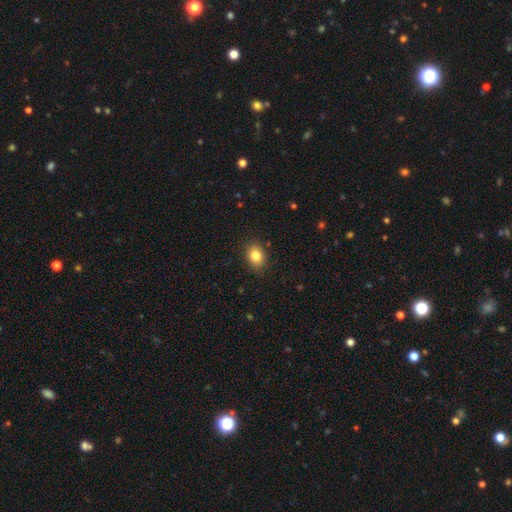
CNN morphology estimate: A smooth galaxy with no disk features (83%) that is in between round and cigar-shaped (58%).

Vote fractions:
- Smooth or featured? smooth: 83% / star or artifact: 10% / featured or disk: 7%
- How rounded? in between: 58% / round: 41% / cigar-shaped: 1%
- Merging? none: 87% / minor disturbance: 9% / major disturbance: 2% / merger: 1%